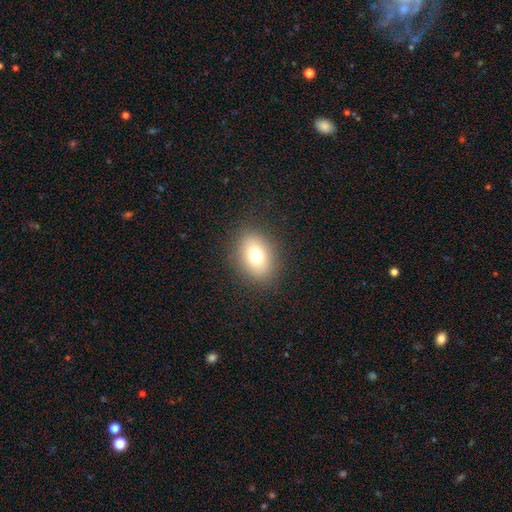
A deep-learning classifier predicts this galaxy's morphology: Smooth or featured?
  - smooth: 75% *
  - featured or disk: 13%
  - star or artifact: 12%
How rounded?
  - in between: 67% *
  - round: 32%
  - cigar-shaped: 1%
Merging?
  - none: 87% *
  - minor disturbance: 9%
  - major disturbance: 4%
  - merger: 1%